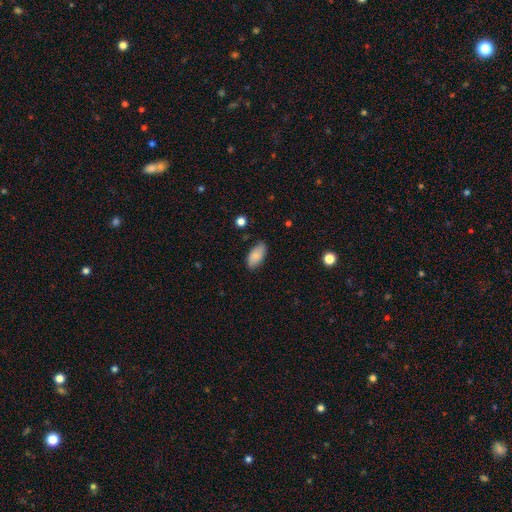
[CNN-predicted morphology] Smooth or featured? smooth (83%)
How rounded? in between (93%)
Merging? none (83%)